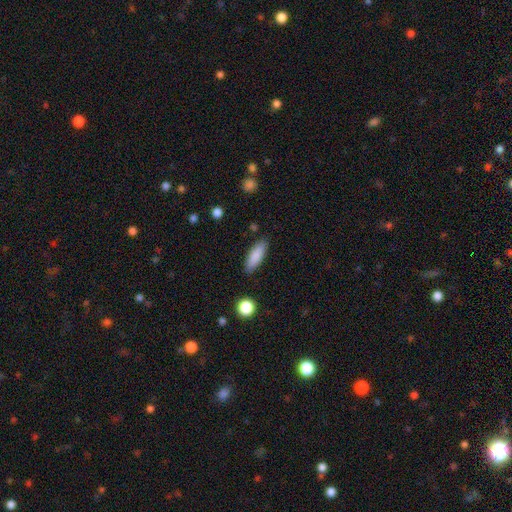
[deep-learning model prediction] smooth_or_featured: smooth (p=0.86) [alt: featured or disk p=0.08]
how_rounded: in between (p=0.57) [alt: cigar-shaped p=0.41]
merging: none (p=0.86) [alt: minor disturbance p=0.10]